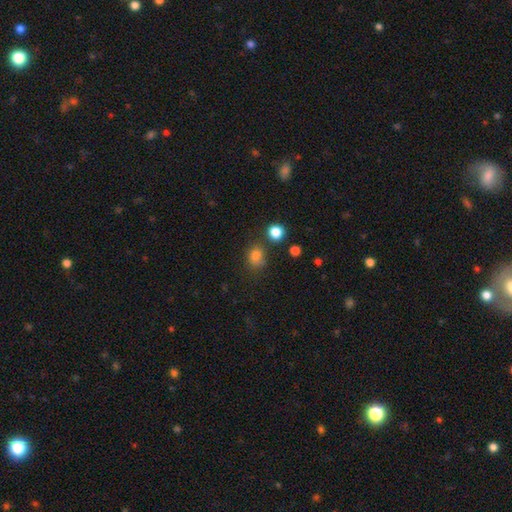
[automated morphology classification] A smooth galaxy with no disk features (79%) that is round (60%).

Vote fractions:
- Smooth or featured? smooth: 79% / star or artifact: 15% / featured or disk: 6%
- How rounded? round: 60% / in between: 38% / cigar-shaped: 1%
- Merging? none: 65% / minor disturbance: 19% / merger: 9% / major disturbance: 7%